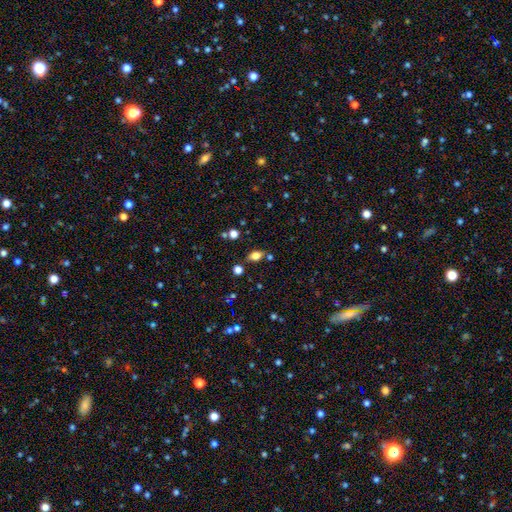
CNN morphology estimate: The model was most divided on "merging": none: 75%, minor disturbance: 13%, merger: 8%, major disturbance: 4%. More confident: how rounded — in between (82%); smooth or featured — smooth (77%).